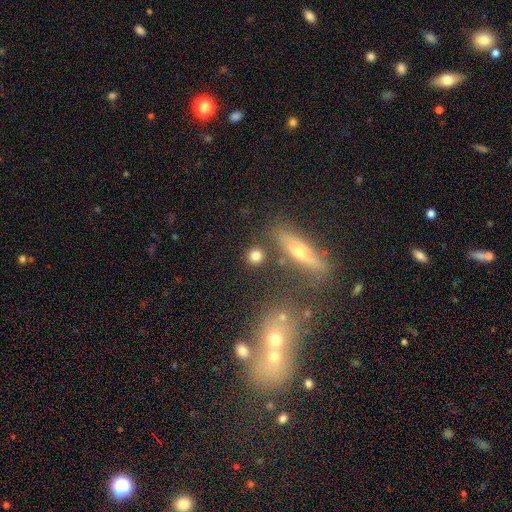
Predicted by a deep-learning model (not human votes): A smooth galaxy with no disk features (79%) that is round (83%).

Vote fractions:
- Smooth or featured? smooth: 79% / featured or disk: 11% / star or artifact: 11%
- How rounded? round: 83% / in between: 12% / cigar-shaped: 5%
- Merging? none: 82% / minor disturbance: 8% / merger: 7% / major disturbance: 3%